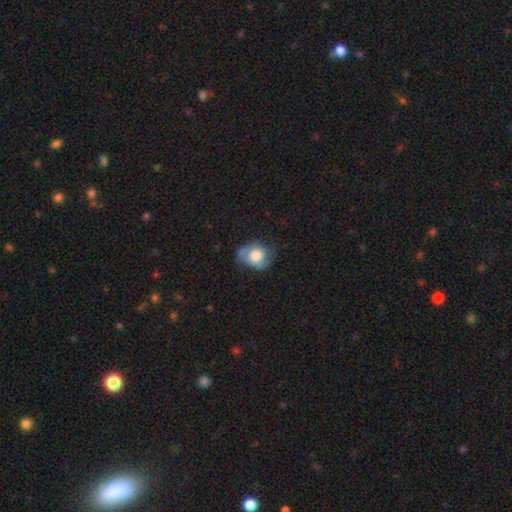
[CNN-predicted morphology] Q: Smooth or featured?
A: featured or disk (58%); runner-up: smooth (35%)
Q: Edge-on disk?
A: no (97%); runner-up: yes (3%)
Q: Bar?
A: no (75%); runner-up: weak (21%)
Q: Spiral arms?
A: yes (84%); runner-up: no (16%)
Q: Bulge size?
A: large (51%); runner-up: moderate (32%)
Q: Merging?
A: none (58%); runner-up: minor disturbance (27%)